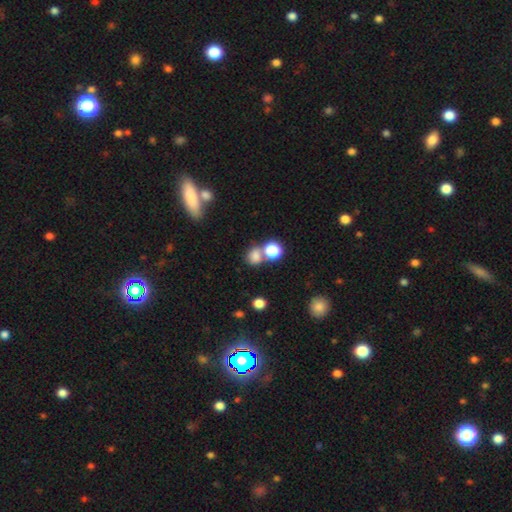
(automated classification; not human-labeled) Smooth or featured?
  - smooth: 76% *
  - star or artifact: 16%
  - featured or disk: 8%
How rounded?
  - round: 70% *
  - in between: 29%
  - cigar-shaped: 1%
Merging?
  - none: 46% *
  - merger: 39%
  - minor disturbance: 10%
  - major disturbance: 5%